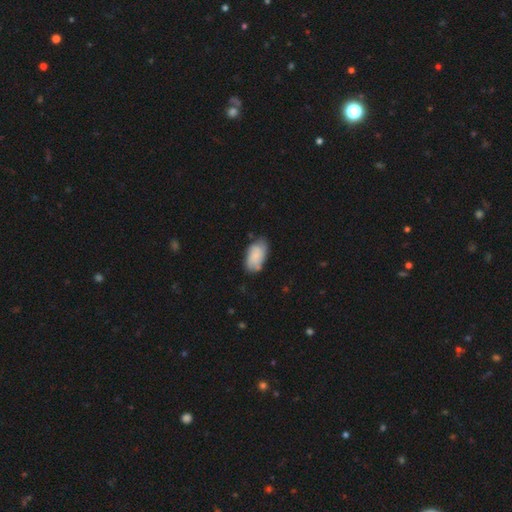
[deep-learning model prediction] Smooth or featured? smooth (66%)
How rounded? in between (94%)
Merging? none (64%)